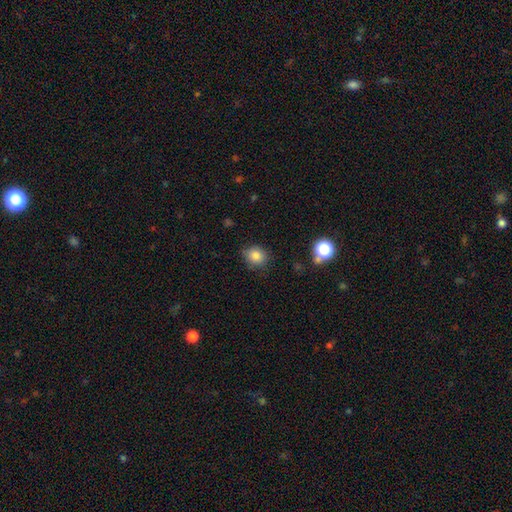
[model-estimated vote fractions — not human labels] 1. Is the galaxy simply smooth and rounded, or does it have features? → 83% smooth, 11% star or artifact, 6% featured or disk.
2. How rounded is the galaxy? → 76% round, 23% in between, 1% cigar-shaped.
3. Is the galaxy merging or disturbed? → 81% none, 15% minor disturbance, 3% major disturbance, 2% merger.